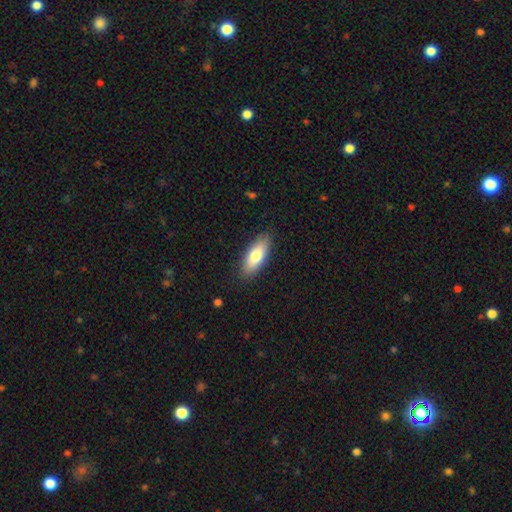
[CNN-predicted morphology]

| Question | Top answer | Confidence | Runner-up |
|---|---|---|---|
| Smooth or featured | smooth | 77% | featured or disk (17%) |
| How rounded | in between | 73% | cigar-shaped (25%) |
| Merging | none | 87% | minor disturbance (10%) |